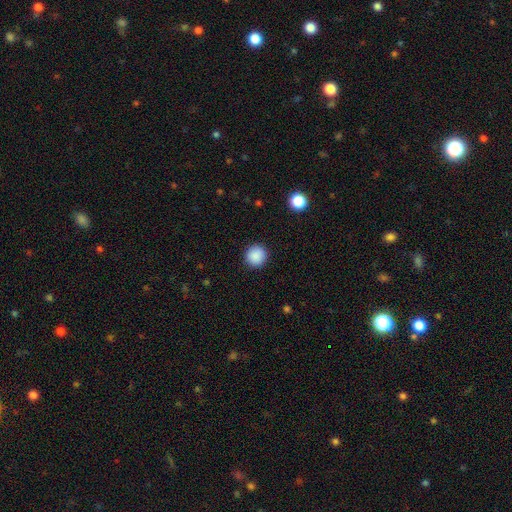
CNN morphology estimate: smooth_or_featured: smooth (p=0.89) [alt: star or artifact p=0.09]
how_rounded: round (p=0.93) [alt: in between p=0.06]
merging: none (p=0.91) [alt: minor disturbance p=0.06]